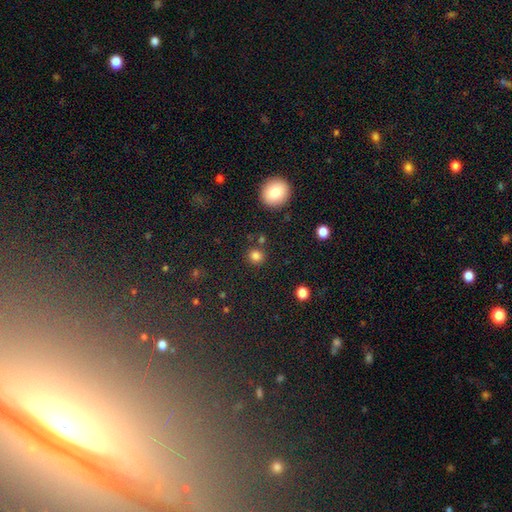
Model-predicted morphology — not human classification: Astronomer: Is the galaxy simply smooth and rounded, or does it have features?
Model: smooth — 82%.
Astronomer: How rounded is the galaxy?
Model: round — 85%.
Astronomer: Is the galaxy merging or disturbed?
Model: none — 82%.